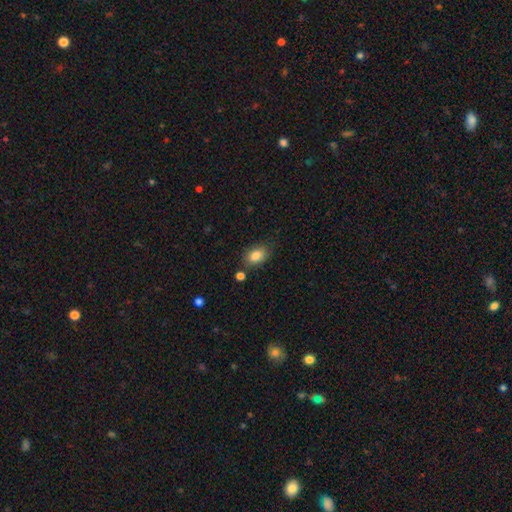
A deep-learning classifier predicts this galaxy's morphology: A smooth galaxy with no disk features (85%) that is in between round and cigar-shaped (84%). Merging: none (74%).